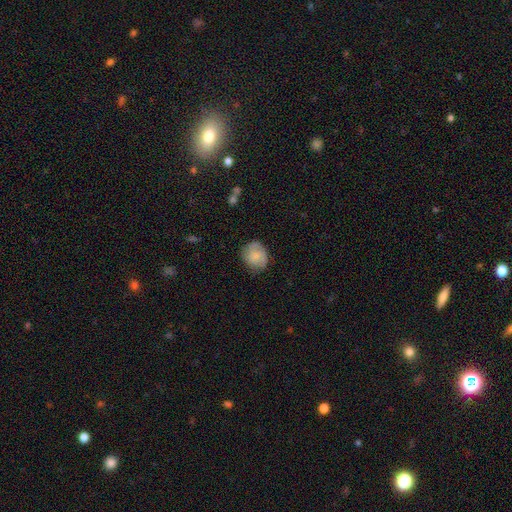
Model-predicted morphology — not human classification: Smooth or featured?
  - smooth: 74% *
  - featured or disk: 19%
  - star or artifact: 7%
How rounded?
  - round: 66% *
  - in between: 33%
  - cigar-shaped: 1%
Merging?
  - none: 70% *
  - minor disturbance: 23%
  - major disturbance: 6%
  - merger: 1%